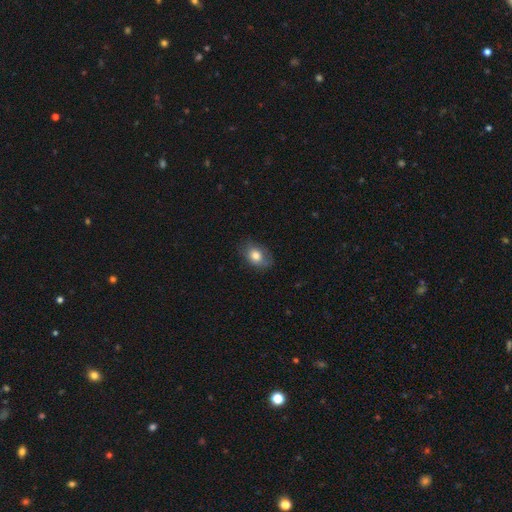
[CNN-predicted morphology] Overall: smooth (78%). How rounded: in between (73%). Merging: none (69%).